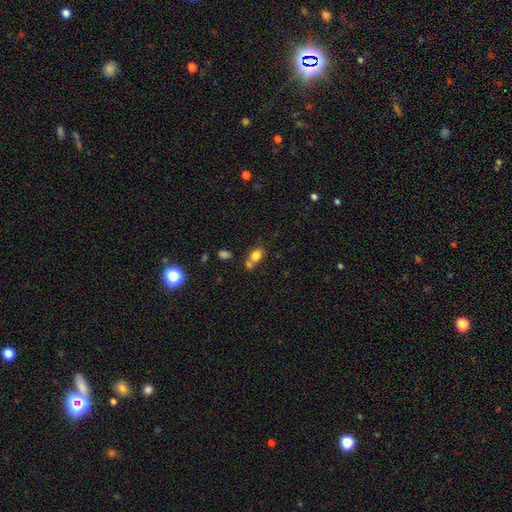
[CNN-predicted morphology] Q: Smooth or featured?
A: smooth (79%); runner-up: star or artifact (12%)
Q: How rounded?
A: in between (60%); runner-up: round (39%)
Q: Merging?
A: none (50%); runner-up: merger (34%)